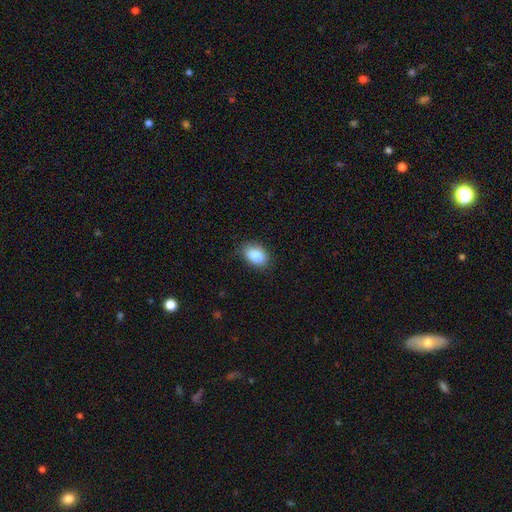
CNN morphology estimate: Smooth or featured? Predicted: smooth (p=0.86). How rounded? Predicted: in between (p=0.87). Merging? Predicted: none (p=0.81).